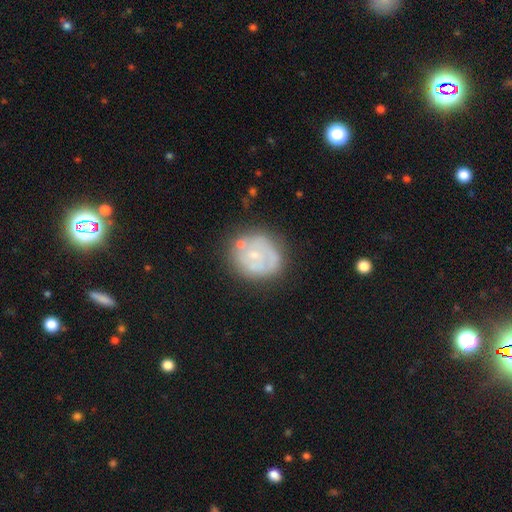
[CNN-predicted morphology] smooth-or-featured: featured or disk: 58% | smooth: 34% | star or artifact: 8%
  disk-edge-on: no: 97% | yes: 3%
    bar: no: 83% | weak: 14% | strong: 3%
    has-spiral-arms: no: 51% | yes: 49%
    bulge-size: small: 71% | moderate: 22% | none: 4% | large: 1% | dominant: 1%
  merging: none: 66% | minor disturbance: 20% | major disturbance: 8% | merger: 6%